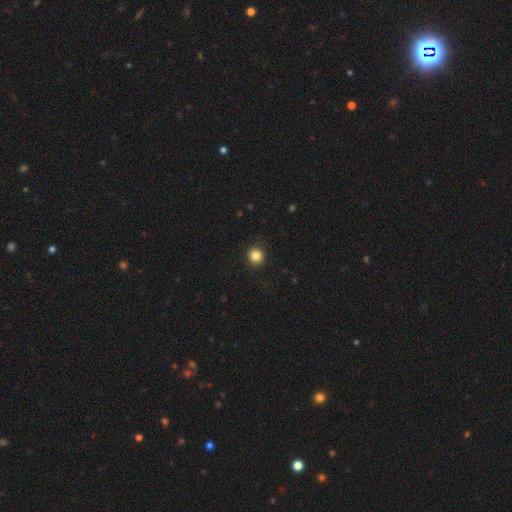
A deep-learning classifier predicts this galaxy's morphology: smooth-or-featured: smooth: 85% | star or artifact: 11% | featured or disk: 4%
  how-rounded: round: 94% | in between: 5% | cigar-shaped: 1%
  merging: none: 92% | minor disturbance: 5% | major disturbance: 2% | merger: 1%